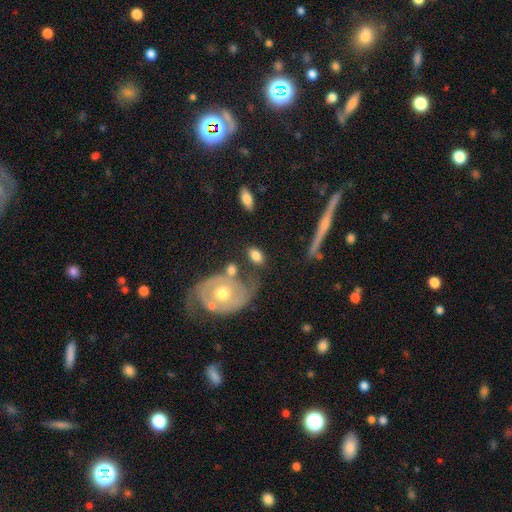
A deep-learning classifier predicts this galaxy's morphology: This is likely a smooth galaxy (73%). How rounded: clearly in between (87%). Merging: possibly none (58%).